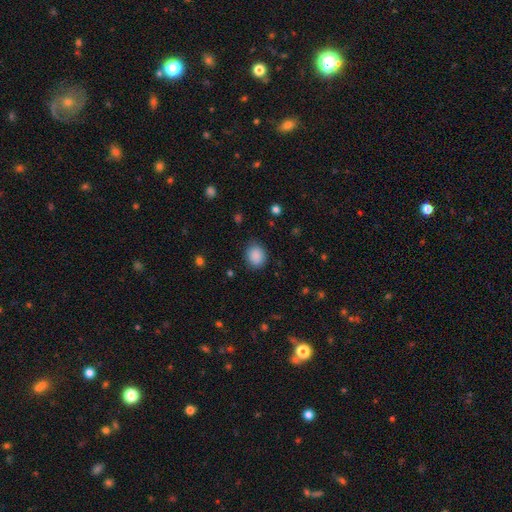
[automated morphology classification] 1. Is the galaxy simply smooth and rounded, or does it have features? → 88% smooth, 8% star or artifact, 3% featured or disk.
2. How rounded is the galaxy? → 56% round, 43% in between, 1% cigar-shaped.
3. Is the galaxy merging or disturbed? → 84% none, 11% minor disturbance, 3% major disturbance, 1% merger.